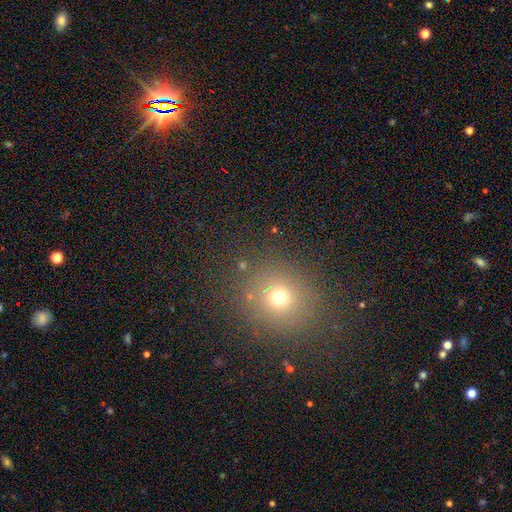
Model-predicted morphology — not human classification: The model was most divided on "smooth or featured": smooth: 58%, star or artifact: 34%, featured or disk: 8%. More confident: merging — none (87%); how rounded — round (83%).